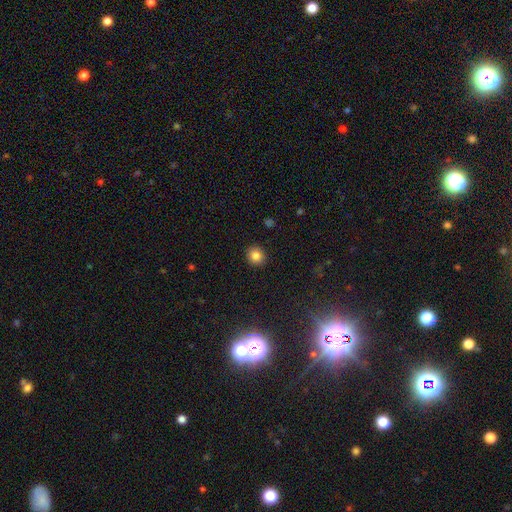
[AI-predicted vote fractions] Overall: smooth (83%). How rounded: round (87%). Merging: none (91%).